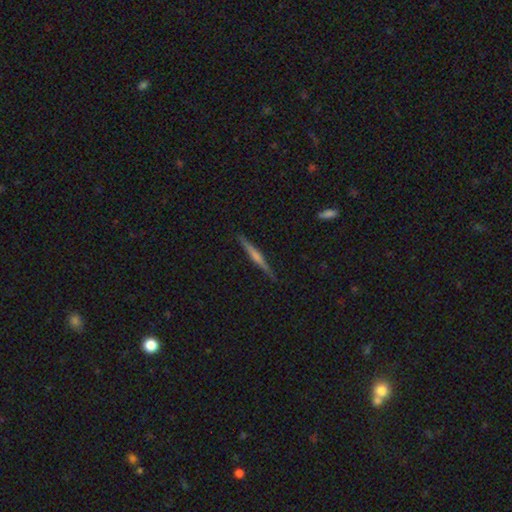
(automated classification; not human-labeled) A featured or disk galaxy (73%) viewed edge-on (98%) with a rounded central bulge (74%).

Vote fractions:
- Smooth or featured? featured or disk: 73% / smooth: 19% / star or artifact: 8%
- Edge-on disk? yes: 98% / no: 2%
- Edge-on bulge? rounded: 74% / none: 17% / boxy: 9%
- Merging? none: 91% / minor disturbance: 7% / major disturbance: 1% / merger: 1%